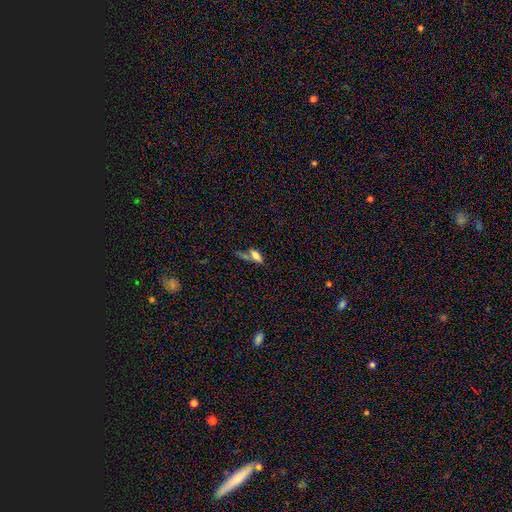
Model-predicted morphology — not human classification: Smooth or featured? Predicted: smooth (p=0.68). How rounded? Predicted: in between (p=0.73). Merging? Predicted: none (p=0.43).